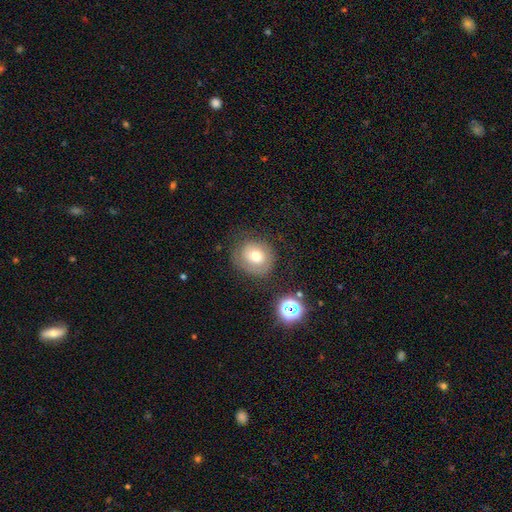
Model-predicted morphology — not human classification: A smooth galaxy with no disk features (63%) that is round (82%). Merging: none (69%).